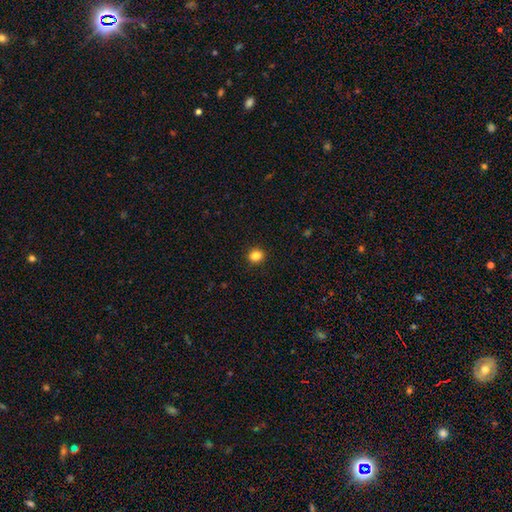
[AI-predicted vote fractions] Smooth or featured? Predicted: smooth (p=0.85). How rounded? Predicted: round (p=0.80). Merging? Predicted: none (p=0.92).